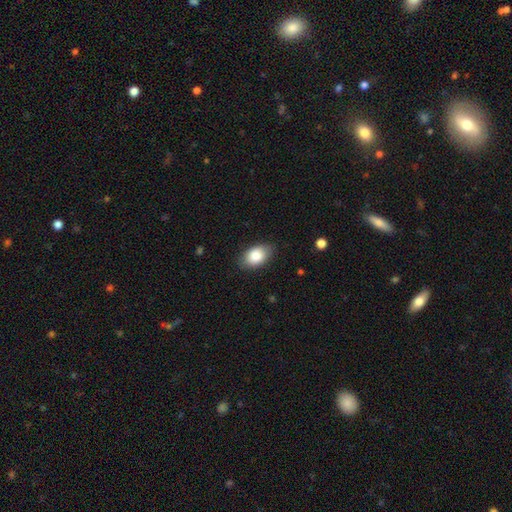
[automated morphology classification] This is clearly a smooth galaxy (84%). How rounded: clearly in between (89%). Merging: clearly none (84%).